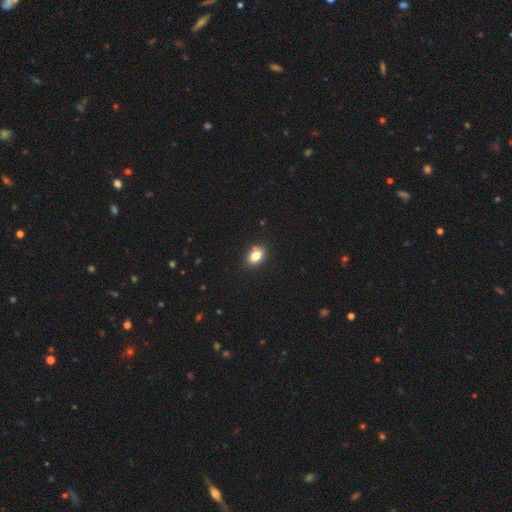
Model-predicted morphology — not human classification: smooth-or-featured: smooth: 80% | star or artifact: 10% | featured or disk: 10%
  how-rounded: in between: 80% | round: 18% | cigar-shaped: 2%
  merging: none: 78% | minor disturbance: 12% | merger: 8% | major disturbance: 3%